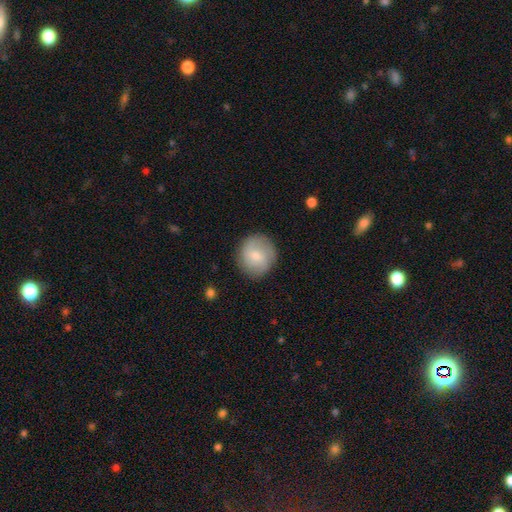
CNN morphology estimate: Smooth or featured? Predicted: smooth (p=0.62). How rounded? Predicted: round (p=0.89). Merging? Predicted: none (p=0.84).